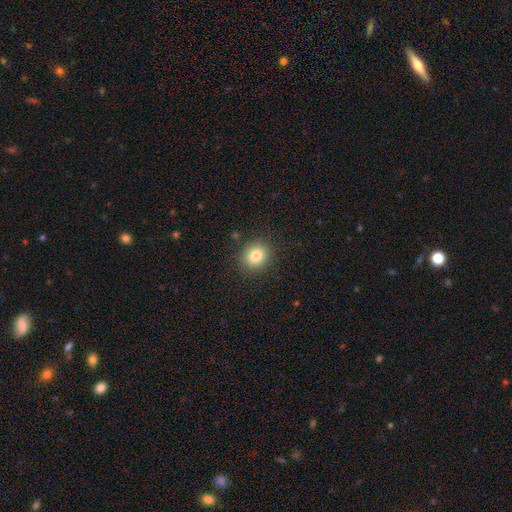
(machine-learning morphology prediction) A smooth galaxy with no disk features (82%) that is round (73%).

Vote fractions:
- Smooth or featured? smooth: 82% / star or artifact: 11% / featured or disk: 7%
- How rounded? round: 73% / in between: 26% / cigar-shaped: 1%
- Merging? none: 88% / minor disturbance: 8% / major disturbance: 3% / merger: 1%